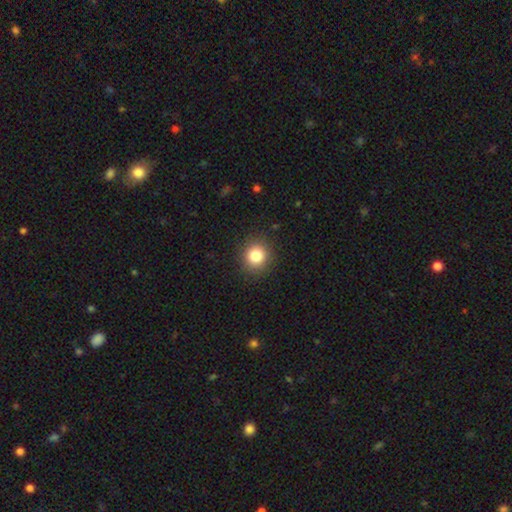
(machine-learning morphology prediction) The model was most divided on "smooth or featured": smooth: 82%, star or artifact: 11%, featured or disk: 6%. More confident: merging — none (90%); how rounded — round (89%).